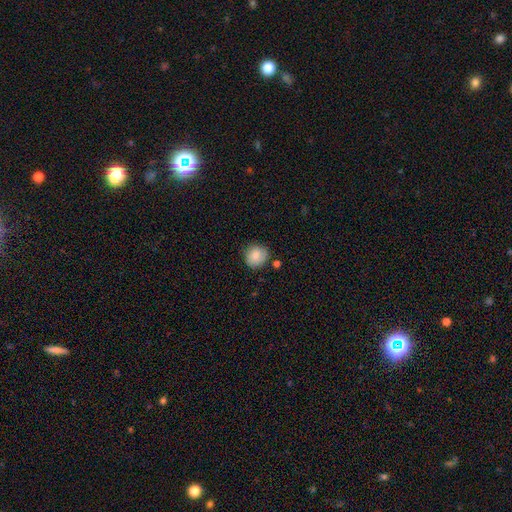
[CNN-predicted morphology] type=smooth (76%); roundness=round (87%); merging=none (78%).